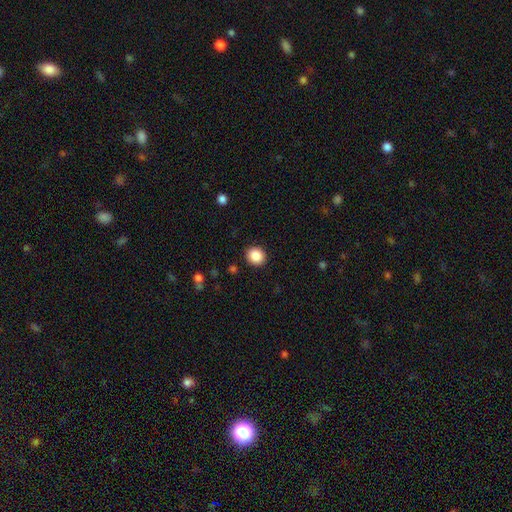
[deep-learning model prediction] This is clearly a smooth galaxy (87%). How rounded: clearly round (82%). Merging: clearly none (91%).